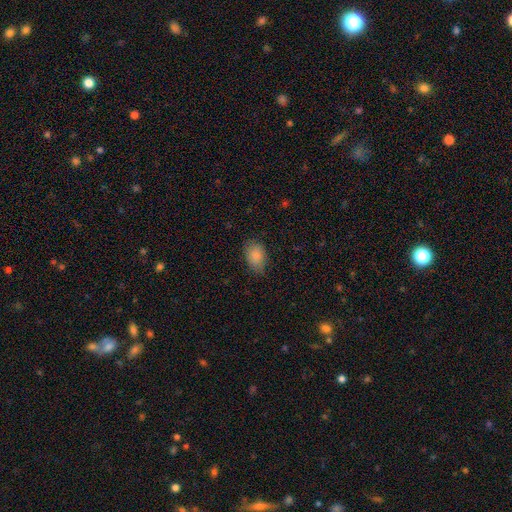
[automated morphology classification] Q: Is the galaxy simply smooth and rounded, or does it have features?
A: smooth — 86%.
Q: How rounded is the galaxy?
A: in between — 84%.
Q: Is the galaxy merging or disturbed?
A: none — 76%.